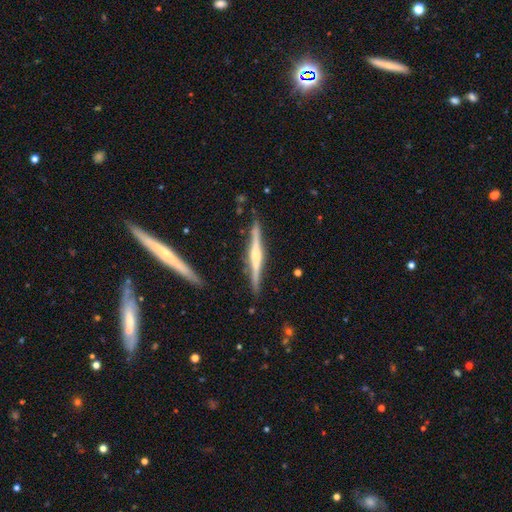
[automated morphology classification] featured or disk 76%, smooth 19%, star or artifact 5%. Down the decision tree: edge-on disk — yes (98%); edge-on bulge — rounded (67%); merging — none (88%).